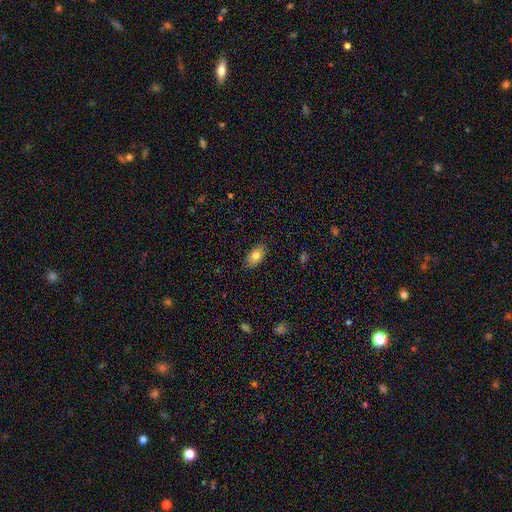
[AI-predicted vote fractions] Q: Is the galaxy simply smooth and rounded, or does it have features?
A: smooth — 79%.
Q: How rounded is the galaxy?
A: in between — 92%.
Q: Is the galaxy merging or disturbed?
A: none — 86%.